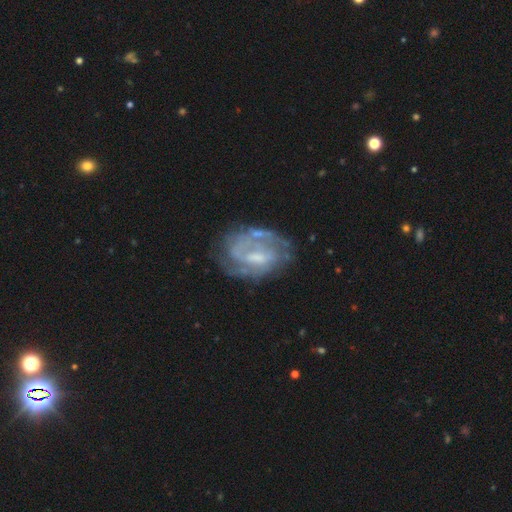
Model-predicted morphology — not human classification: A featured or disk galaxy (79%) with a weak bar (51%), 2 (42%) tight (46%) spiral arms (80%) and a small central bulge (38%).

Vote fractions:
- Smooth or featured? featured or disk: 79% / smooth: 14% / star or artifact: 7%
- Edge-on disk? no: 97% / yes: 3%
- Bar? weak: 51% / no: 28% / strong: 20%
- Spiral arms? yes: 80% / no: 20%
- Spiral winding? tight: 46% / medium: 39% / loose: 15%
- Spiral arm count? 2: 42% / can't tell: 33% / 1: 10% / 3: 10% / 4: 3% / more than 4: 2%
- Bulge size? small: 38% / moderate: 35% / none: 22% / large: 4% / dominant: 1%
- Merging? none: 57% / minor disturbance: 23% / major disturbance: 16% / merger: 4%